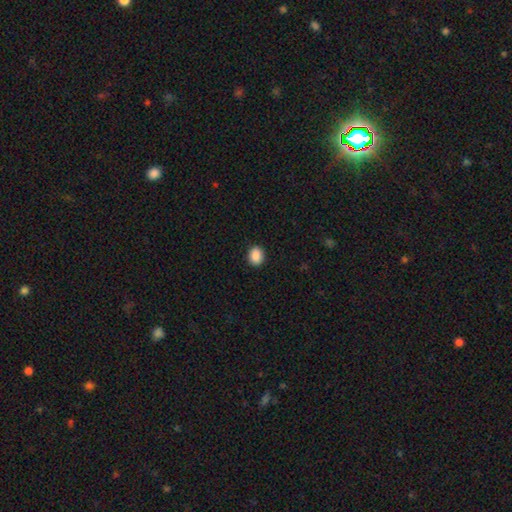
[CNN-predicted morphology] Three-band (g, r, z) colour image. It shows a smooth galaxy with no disk features (89%) that is round (55%). Merging: none (91%).